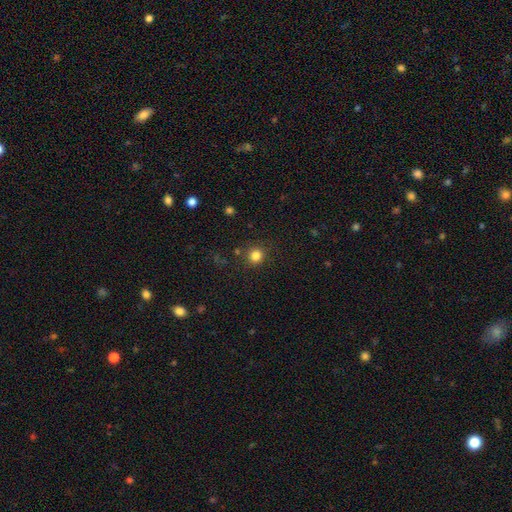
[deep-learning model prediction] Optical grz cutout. It shows a smooth galaxy with no disk features (82%) that is round (90%). Merging: none (86%).